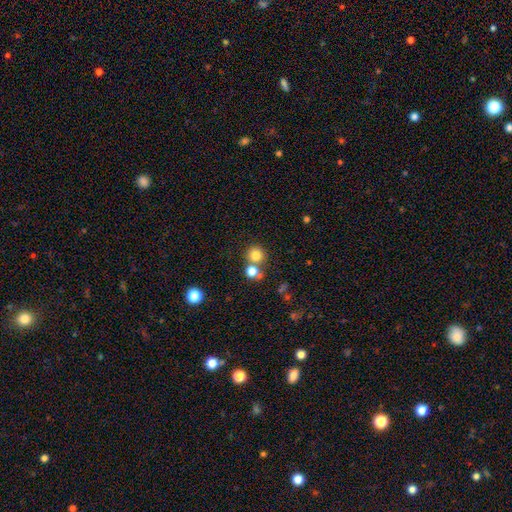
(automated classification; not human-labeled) Smooth or featured: smooth — 79% (star or artifact — 13%)
How rounded: round — 91% (in between — 9%)
Merging: none — 63% (merger — 27%)